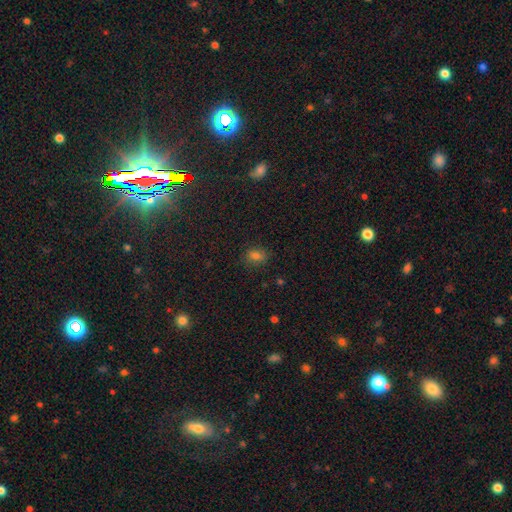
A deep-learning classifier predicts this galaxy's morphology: Overall: smooth (71%). How rounded: in between (56%; round 43%). Merging: none (83%).